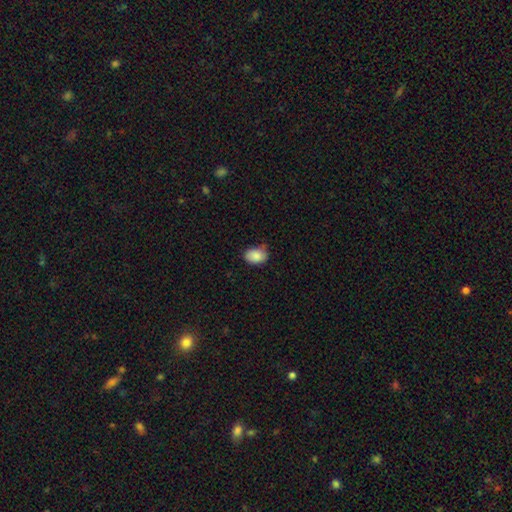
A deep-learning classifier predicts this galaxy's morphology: smooth-or-featured: smooth: 87% | star or artifact: 8% | featured or disk: 5%
  how-rounded: in between: 78% | round: 21% | cigar-shaped: 1%
  merging: none: 66% | minor disturbance: 28% | major disturbance: 4% | merger: 2%